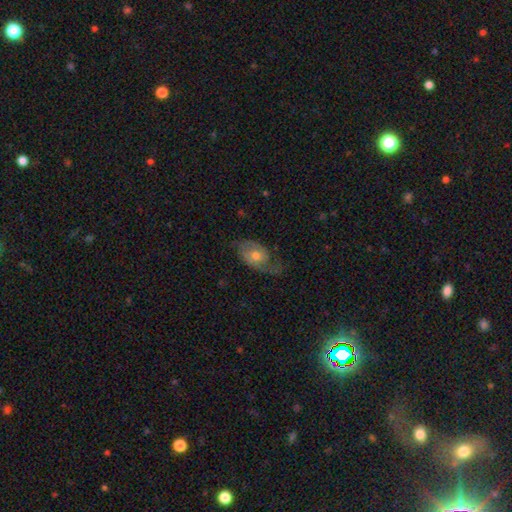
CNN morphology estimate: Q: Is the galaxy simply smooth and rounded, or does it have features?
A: featured or disk — 70%.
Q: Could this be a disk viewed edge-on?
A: no — 95%.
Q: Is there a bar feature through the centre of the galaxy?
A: no — 73%.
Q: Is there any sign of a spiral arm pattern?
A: yes — 86%.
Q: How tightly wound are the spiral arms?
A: medium — 41%.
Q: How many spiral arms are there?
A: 2 — 71%.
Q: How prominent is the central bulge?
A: moderate — 68%.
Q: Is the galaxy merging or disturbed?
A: none — 59%.